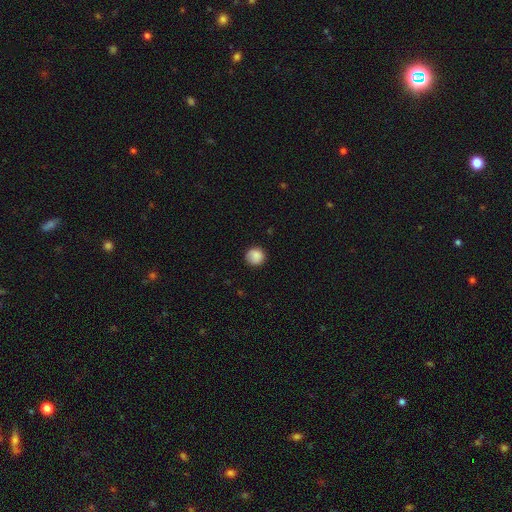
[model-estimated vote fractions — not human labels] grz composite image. It shows a smooth galaxy with no disk features (87%) that is round (93%). Merging: none (87%).